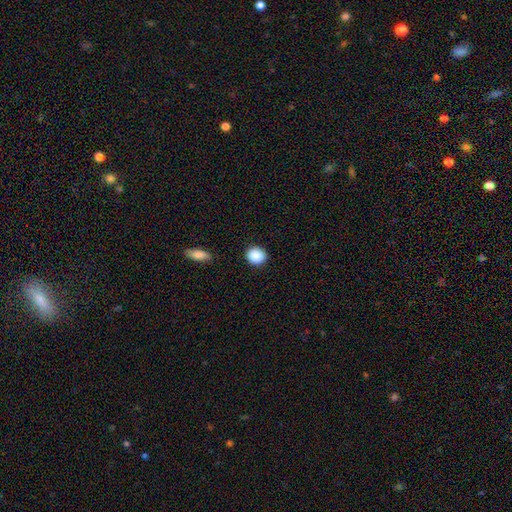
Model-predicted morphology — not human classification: Smooth or featured: smooth — 89% (star or artifact — 8%)
How rounded: round — 83% (in between — 16%)
Merging: none — 90% (minor disturbance — 7%)